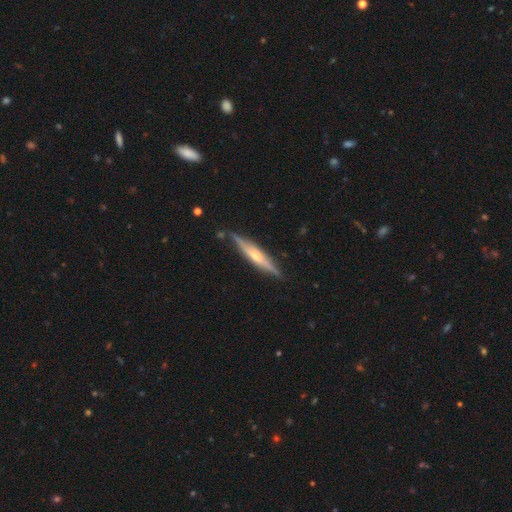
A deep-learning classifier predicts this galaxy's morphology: A featured or disk galaxy (68%) viewed edge-on (95%) with a rounded central bulge (73%).

Vote fractions:
- Smooth or featured? featured or disk: 68% / smooth: 27% / star or artifact: 6%
- Edge-on disk? yes: 95% / no: 5%
- Edge-on bulge? rounded: 73% / none: 16% / boxy: 11%
- Merging? none: 82% / minor disturbance: 13% / merger: 2% / major disturbance: 2%